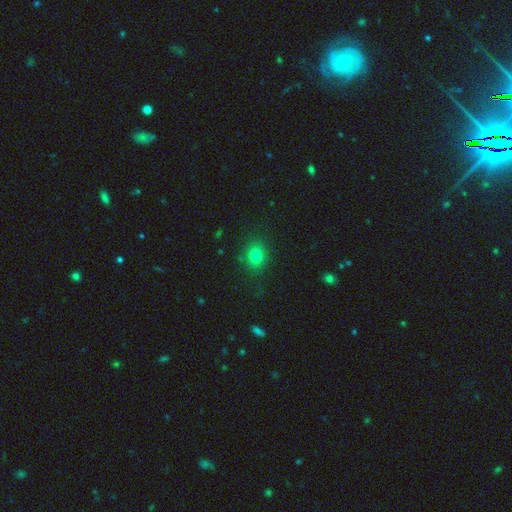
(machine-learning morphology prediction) This is likely a smooth galaxy (78%). How rounded: likely round (65%). Merging: clearly none (84%).